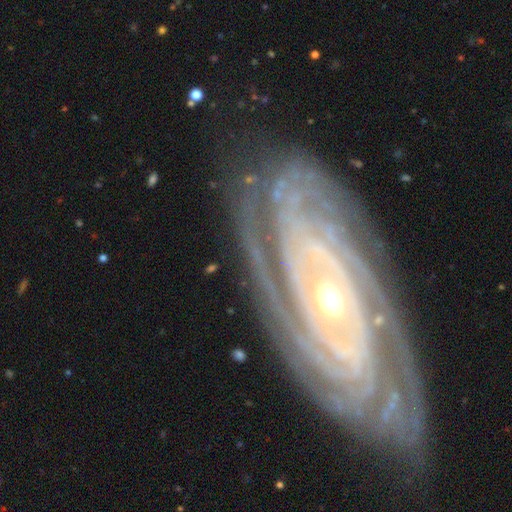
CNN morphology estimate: Smooth or featured?
  - featured or disk: 91% *
  - star or artifact: 5%
  - smooth: 4%
Edge-on disk?
  - no: 92% *
  - yes: 8%
Bar?
  - no: 65% *
  - weak: 19%
  - strong: 16%
Spiral arms?
  - yes: 98% *
  - no: 2%
Spiral winding?
  - tight: 84% *
  - medium: 13%
  - loose: 3%
Spiral arm count?
  - can't tell: 21% *
  - 2: 19%
  - 3: 18%
  - more than 4: 18%
  - 4: 16%
  - 1: 8%
Bulge size?
  - moderate: 61% *
  - small: 32%
  - large: 4%
  - dominant: 1%
  - none: 1%
Merging?
  - none: 79% *
  - minor disturbance: 14%
  - major disturbance: 5%
  - merger: 2%